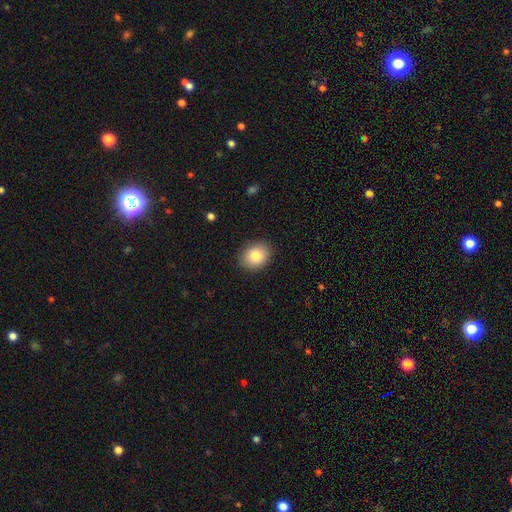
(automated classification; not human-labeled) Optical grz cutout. It shows a smooth galaxy with no disk features (84%) that is round (50%). Merging: none (89%).